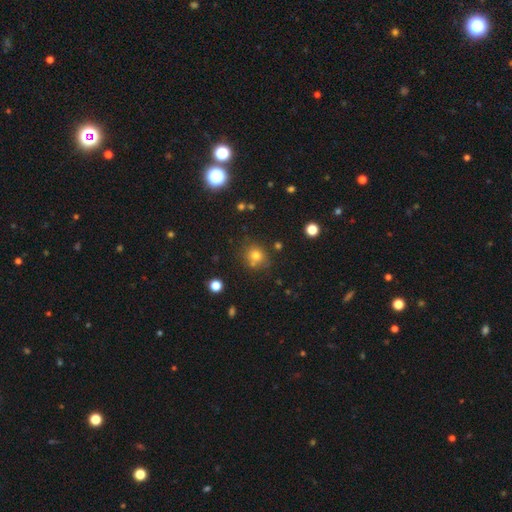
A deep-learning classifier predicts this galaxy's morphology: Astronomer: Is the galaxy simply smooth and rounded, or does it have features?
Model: smooth — 74%.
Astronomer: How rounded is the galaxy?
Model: round — 84%.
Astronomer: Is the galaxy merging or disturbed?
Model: none — 70%.